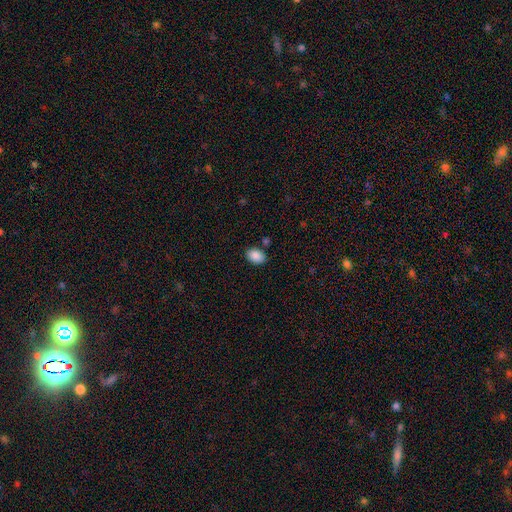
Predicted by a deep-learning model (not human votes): This appears to be a smooth galaxy with no disk features (89%) that is in between round and cigar-shaped (80%). Merging: none (82%).